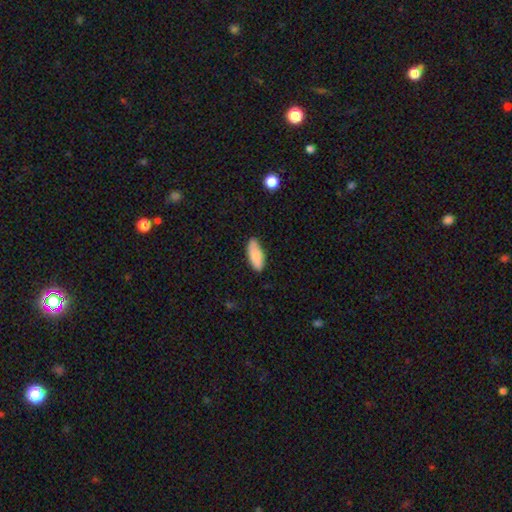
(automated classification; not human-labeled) Overall: smooth (84%). How rounded: in between (79%). Merging: none (81%).